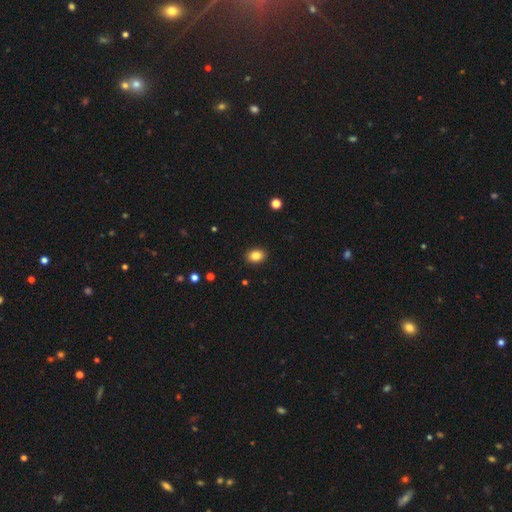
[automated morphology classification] This is clearly a smooth galaxy (85%). How rounded: likely in between (64%). Merging: clearly none (90%).